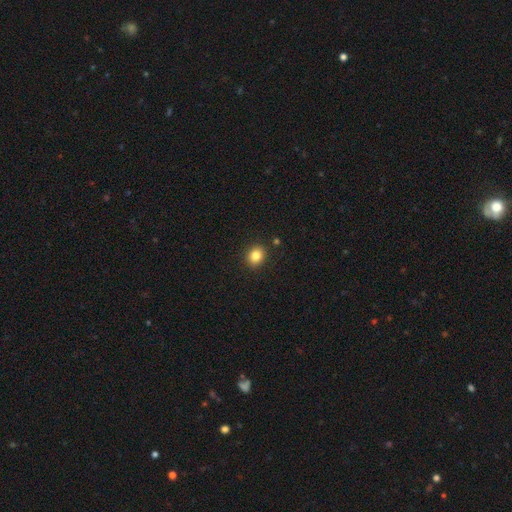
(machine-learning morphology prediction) Smooth or featured: smooth — 83% (star or artifact — 11%)
How rounded: round — 66% (in between — 33%)
Merging: none — 89% (minor disturbance — 7%)